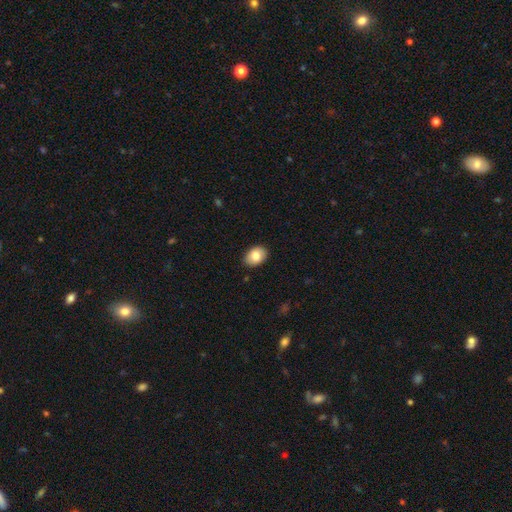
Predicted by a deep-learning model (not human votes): This is clearly a smooth galaxy (83%). How rounded: likely in between (78%). Merging: clearly none (89%).